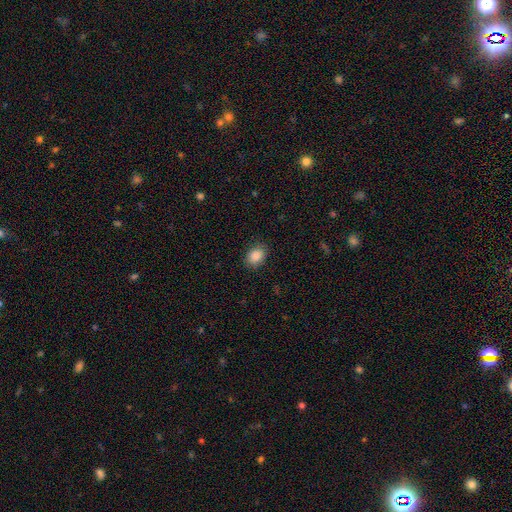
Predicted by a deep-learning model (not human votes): Smooth or featured?
  - smooth: 87% *
  - star or artifact: 8%
  - featured or disk: 4%
How rounded?
  - in between: 61% *
  - round: 38%
  - cigar-shaped: 1%
Merging?
  - none: 85% *
  - minor disturbance: 11%
  - major disturbance: 3%
  - merger: 1%